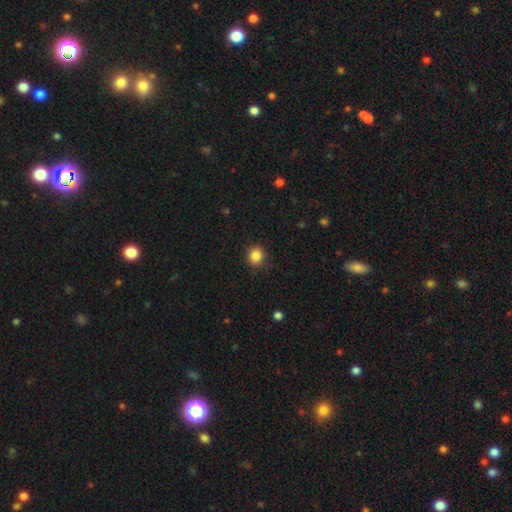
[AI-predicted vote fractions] This appears to be a smooth galaxy with no disk features (85%) that is round (86%). Merging: none (90%).